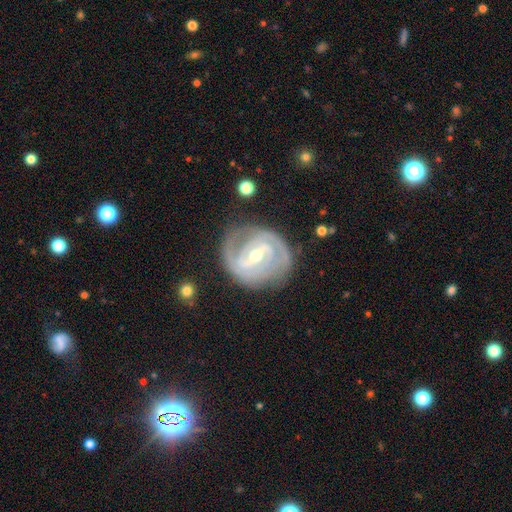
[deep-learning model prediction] Smooth or featured? Predicted: featured or disk (p=0.90). Edge-on disk? Predicted: no (p=0.97). Bar? Predicted: strong (p=0.47). Spiral arms? Predicted: yes (p=0.97). Spiral winding? Predicted: tight (p=0.64). Spiral arm count? Predicted: 2 (p=0.62). Bulge size? Predicted: moderate (p=0.50). Merging? Predicted: none (p=0.78).